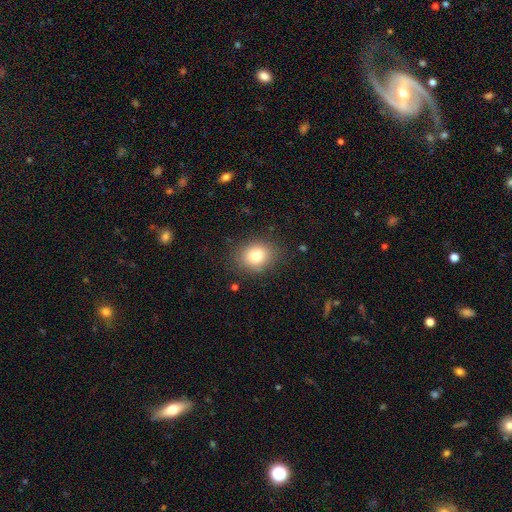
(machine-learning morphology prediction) Smooth or featured? smooth (78%)
How rounded? round (62%)
Merging? none (84%)